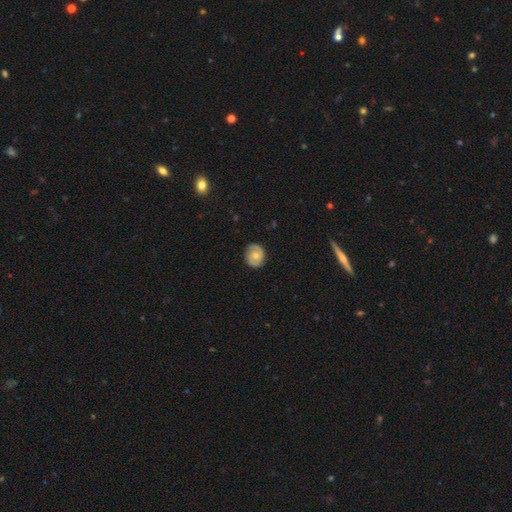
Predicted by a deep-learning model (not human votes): A featured or disk galaxy (48%). Merging: none (77%).